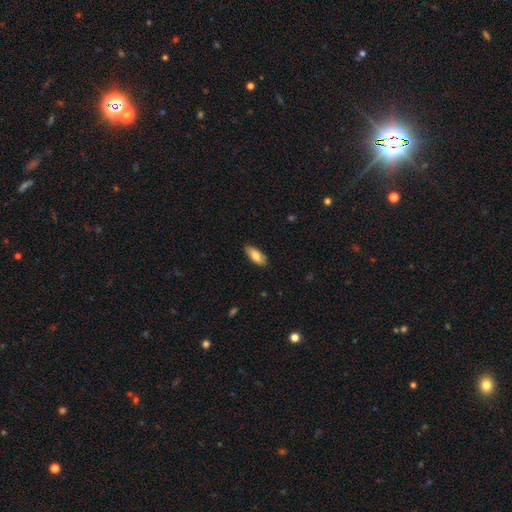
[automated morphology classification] Smooth or featured?
  - smooth: 78% *
  - featured or disk: 16%
  - star or artifact: 6%
How rounded?
  - in between: 83% *
  - cigar-shaped: 15%
  - round: 2%
Merging?
  - none: 84% *
  - minor disturbance: 13%
  - major disturbance: 2%
  - merger: 1%